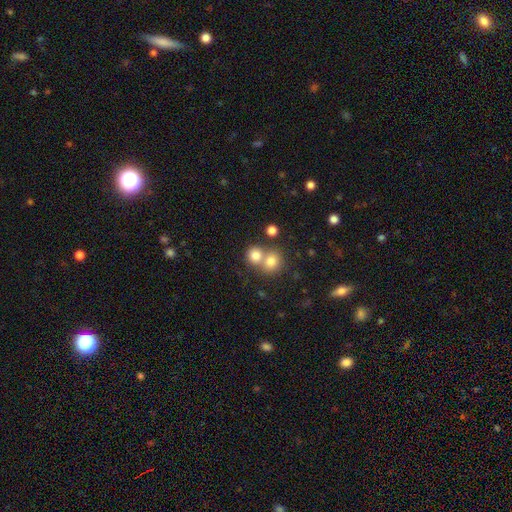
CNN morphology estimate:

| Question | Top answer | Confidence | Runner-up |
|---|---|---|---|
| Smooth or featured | smooth | 78% | star or artifact (11%) |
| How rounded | round | 82% | in between (17%) |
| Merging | merger | 52% | none (39%) |